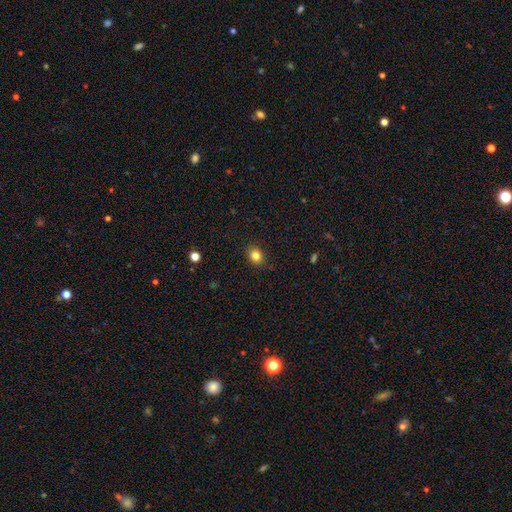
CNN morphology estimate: This is clearly a smooth galaxy (83%). How rounded: possibly round (51%). Merging: clearly none (89%).